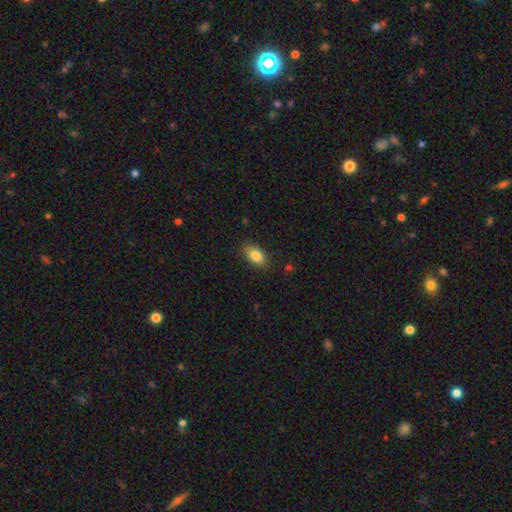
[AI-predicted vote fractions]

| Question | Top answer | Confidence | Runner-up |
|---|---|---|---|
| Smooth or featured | smooth | 84% | star or artifact (8%) |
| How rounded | in between | 90% | round (7%) |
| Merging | none | 84% | minor disturbance (12%) |